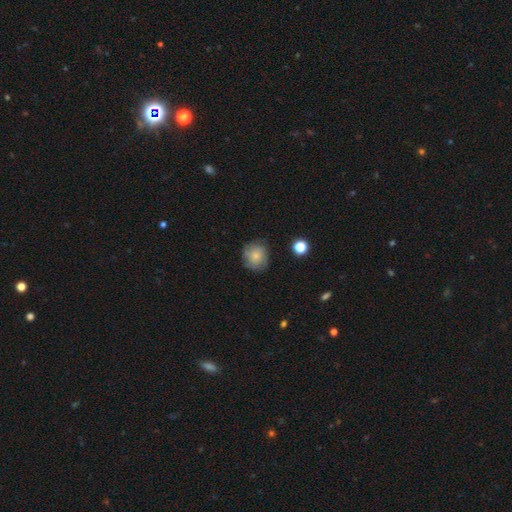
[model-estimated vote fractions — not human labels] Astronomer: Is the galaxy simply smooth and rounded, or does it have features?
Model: smooth — 71%.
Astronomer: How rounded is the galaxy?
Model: round — 86%.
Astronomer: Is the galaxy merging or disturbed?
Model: none — 77%.